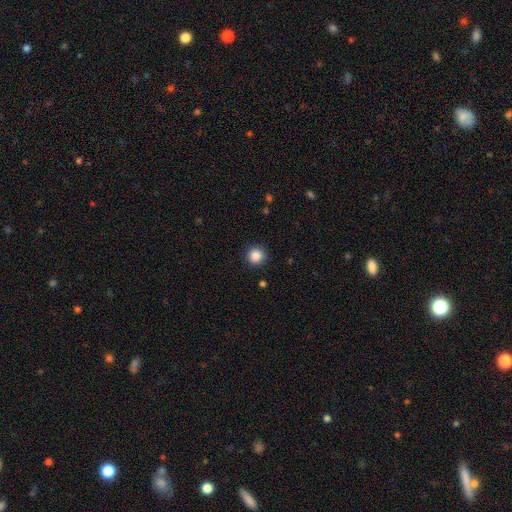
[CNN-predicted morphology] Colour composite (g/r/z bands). It shows a smooth galaxy with no disk features (87%) that is round (95%). Merging: none (91%).